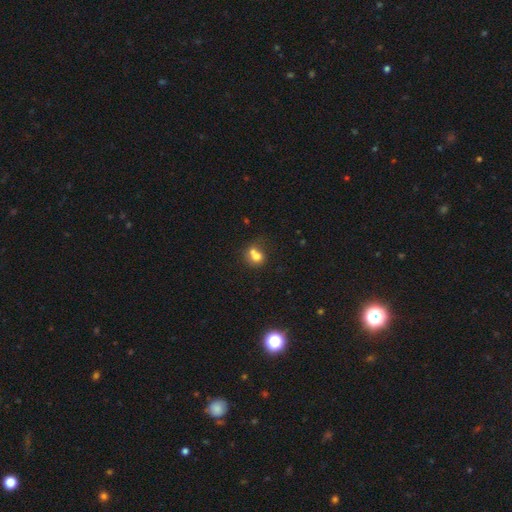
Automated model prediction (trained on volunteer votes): Smooth or featured? Predicted: smooth (p=0.70). How rounded? Predicted: round (p=0.60). Merging? Predicted: merger (p=0.55).